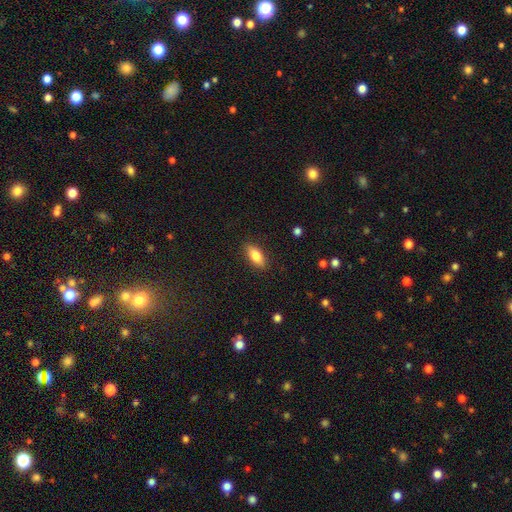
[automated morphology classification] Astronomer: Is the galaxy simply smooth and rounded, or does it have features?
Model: smooth — 81%.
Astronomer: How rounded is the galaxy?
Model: in between — 81%.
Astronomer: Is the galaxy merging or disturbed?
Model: none — 87%.